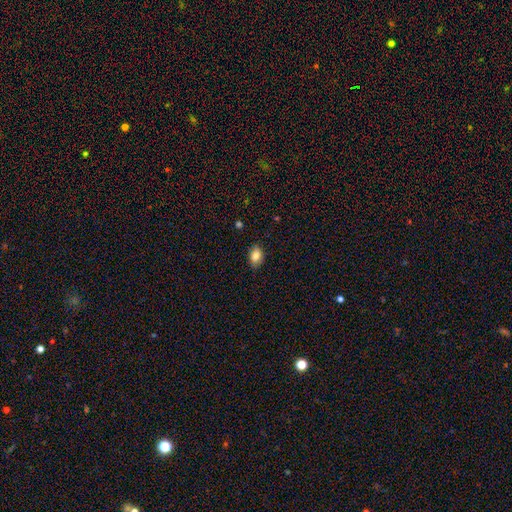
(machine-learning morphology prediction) Overall: smooth (85%). How rounded: in between (86%). Merging: none (85%).